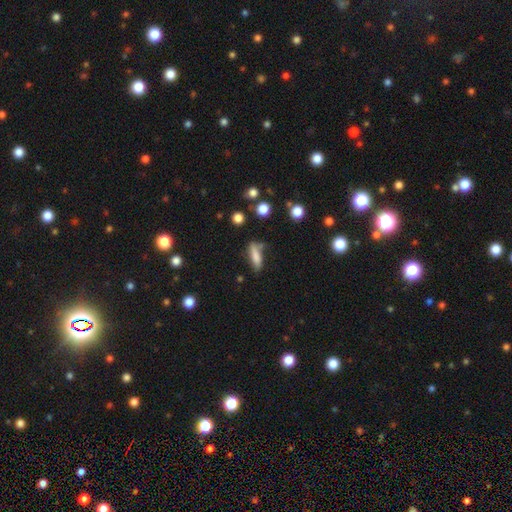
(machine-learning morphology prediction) smooth-or-featured: smooth: 75% | featured or disk: 16% | star or artifact: 9%
  how-rounded: cigar-shaped: 54% | in between: 43% | round: 3%
  merging: none: 57% | minor disturbance: 27% | major disturbance: 9% | merger: 7%